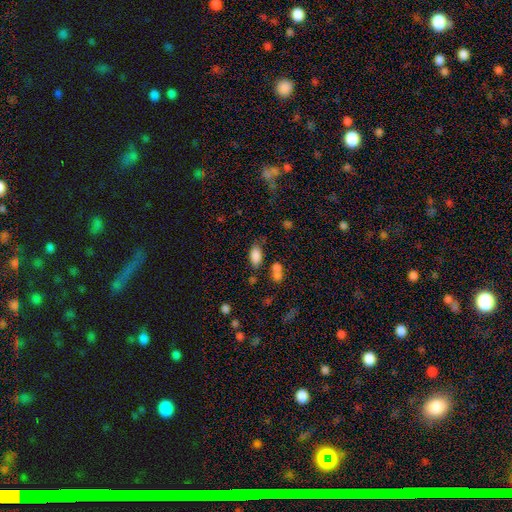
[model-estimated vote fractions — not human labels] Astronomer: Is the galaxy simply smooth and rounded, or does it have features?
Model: smooth — 85%.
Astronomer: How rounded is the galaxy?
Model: in between — 92%.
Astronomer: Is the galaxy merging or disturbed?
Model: none — 65%.